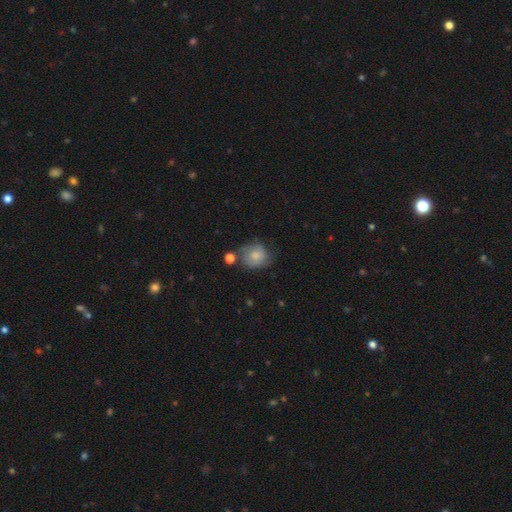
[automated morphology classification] type=smooth (67%); roundness=round (73%); merging=none (50%).